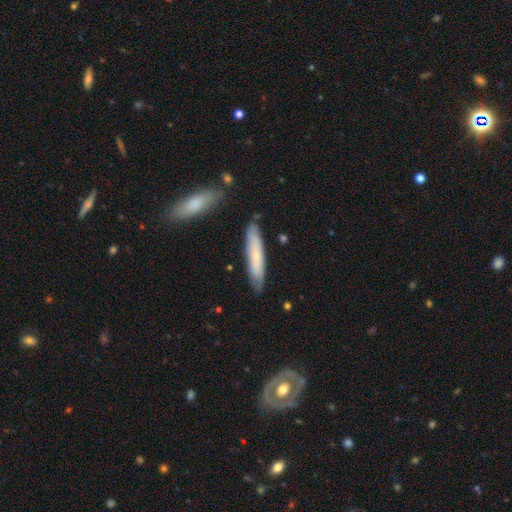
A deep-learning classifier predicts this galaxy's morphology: A smooth galaxy with no disk features (68%) that is cigar-shaped (88%).

Vote fractions:
- Smooth or featured? smooth: 68% / featured or disk: 26% / star or artifact: 6%
- How rounded? cigar-shaped: 88% / in between: 11% / round: 1%
- Merging? none: 83% / minor disturbance: 12% / merger: 3% / major disturbance: 2%